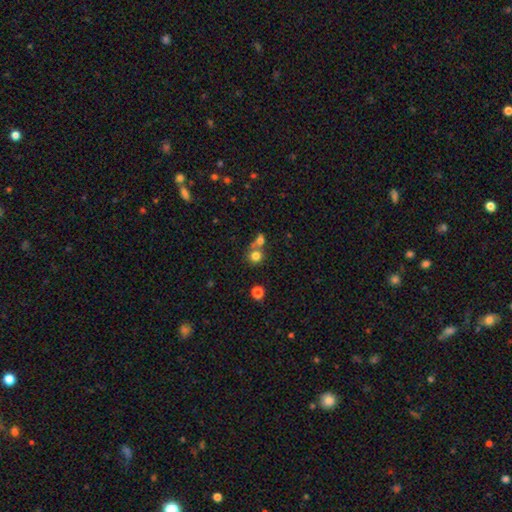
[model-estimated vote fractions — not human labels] Q: Smooth or featured?
A: smooth (77%); runner-up: star or artifact (13%)
Q: How rounded?
A: round (86%); runner-up: in between (13%)
Q: Merging?
A: merger (45%); runner-up: none (43%)